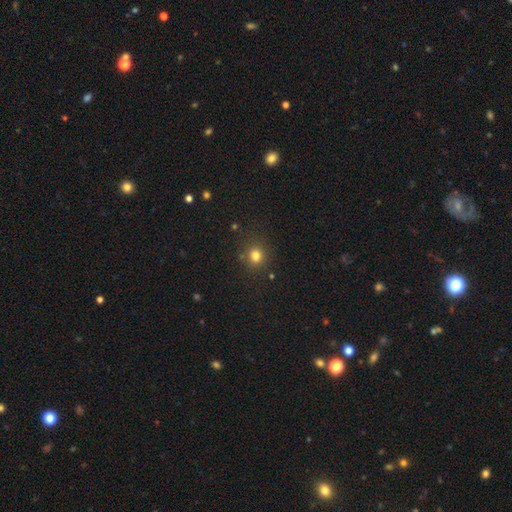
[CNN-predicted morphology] smooth-or-featured: smooth: 79% | star or artifact: 16% | featured or disk: 6%
  how-rounded: round: 81% | in between: 18% | cigar-shaped: 1%
  merging: none: 80% | minor disturbance: 10% | merger: 5% | major disturbance: 4%